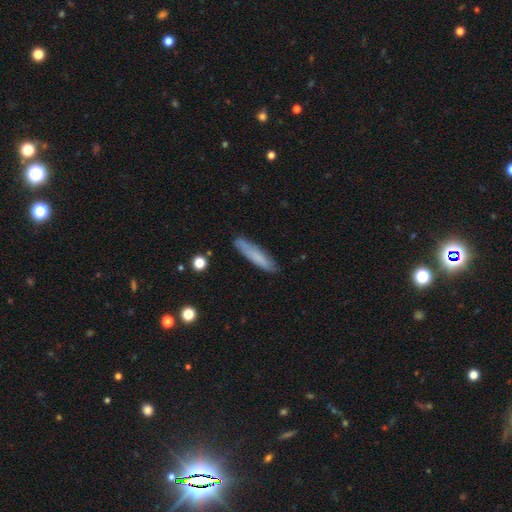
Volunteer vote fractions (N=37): Smooth or featured? smooth (86%)
How rounded? cigar-shaped (81%)
Merging? none (77%)